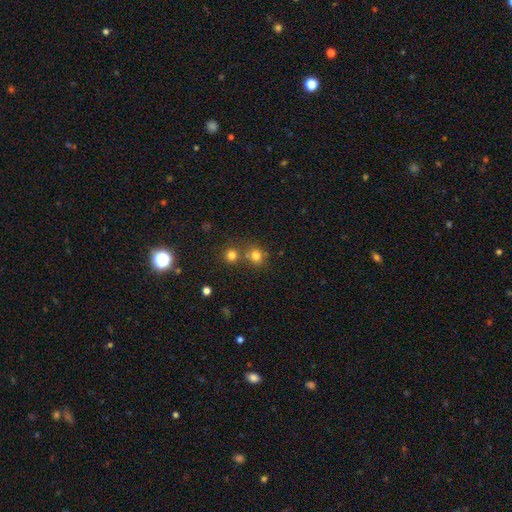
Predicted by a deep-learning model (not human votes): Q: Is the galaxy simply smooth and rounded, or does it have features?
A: smooth — 78%.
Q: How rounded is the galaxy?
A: round — 85%.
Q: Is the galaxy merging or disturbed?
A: none — 59%.